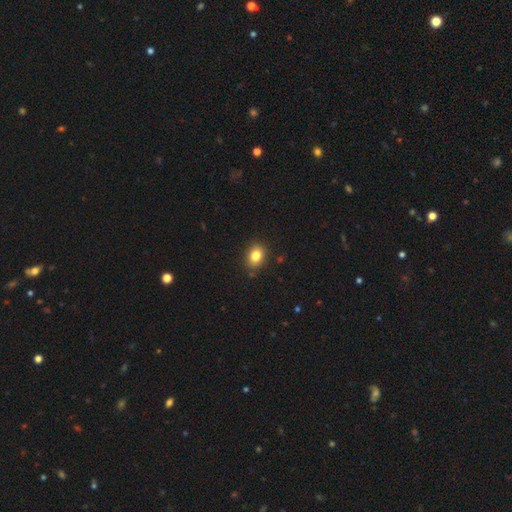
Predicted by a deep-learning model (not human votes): A smooth galaxy with no disk features (82%) that is in between round and cigar-shaped (59%).

Vote fractions:
- Smooth or featured? smooth: 82% / star or artifact: 10% / featured or disk: 7%
- How rounded? in between: 59% / round: 40% / cigar-shaped: 1%
- Merging? none: 87% / minor disturbance: 9% / major disturbance: 2% / merger: 2%